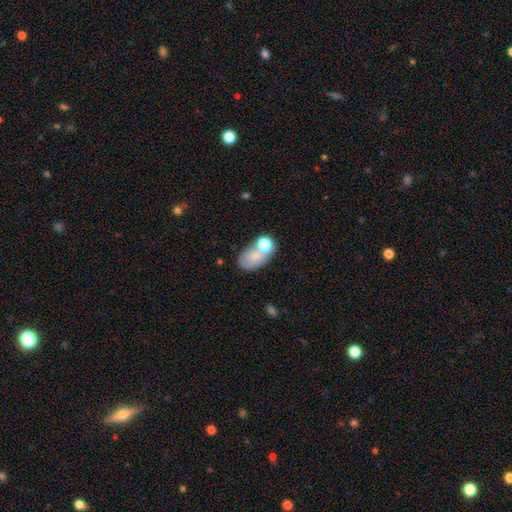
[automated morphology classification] Q: Smooth or featured?
A: smooth (71%); runner-up: featured or disk (19%)
Q: How rounded?
A: in between (86%); runner-up: round (13%)
Q: Merging?
A: none (44%); runner-up: merger (32%)